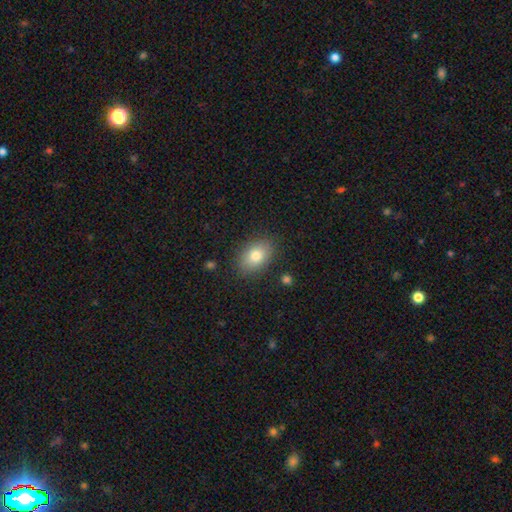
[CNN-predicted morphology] The model was most divided on "smooth or featured": smooth: 81%, featured or disk: 11%, star or artifact: 8%. More confident: merging — none (86%); how rounded — in between (84%).